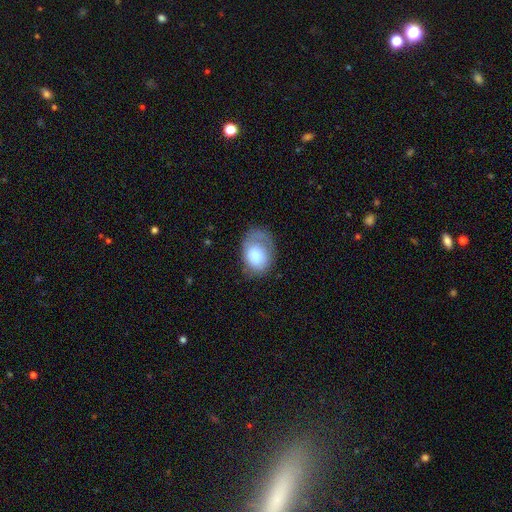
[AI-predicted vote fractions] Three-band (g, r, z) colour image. It shows a smooth galaxy with no disk features (69%) that is in between round and cigar-shaped (74%). Merging: none (43%).